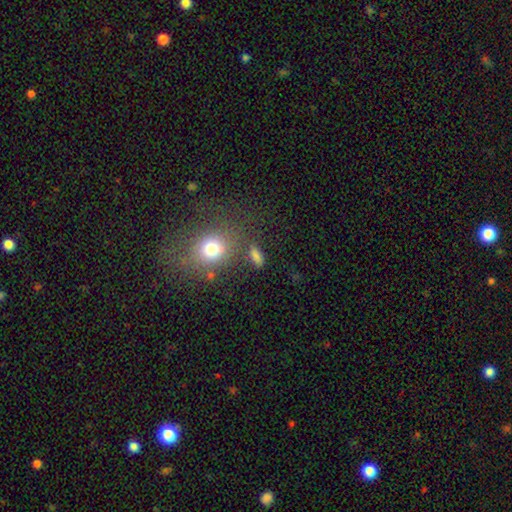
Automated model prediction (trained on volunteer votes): Smooth or featured? Predicted: smooth (p=0.78). How rounded? Predicted: in between (p=0.68). Merging? Predicted: none (p=0.72).